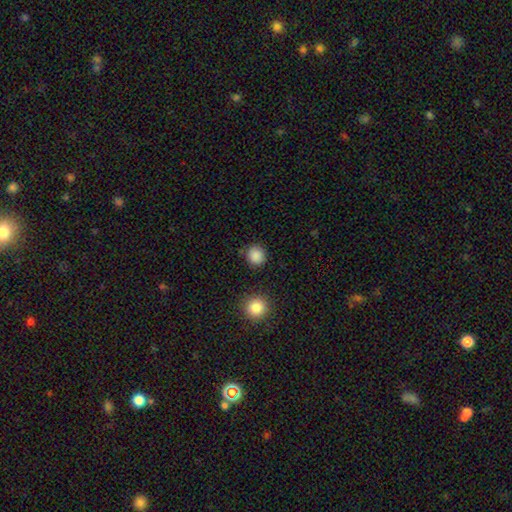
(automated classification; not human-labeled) smooth 87%, star or artifact 10%, featured or disk 3%. Down the decision tree: how rounded — round (91%); merging — none (87%).